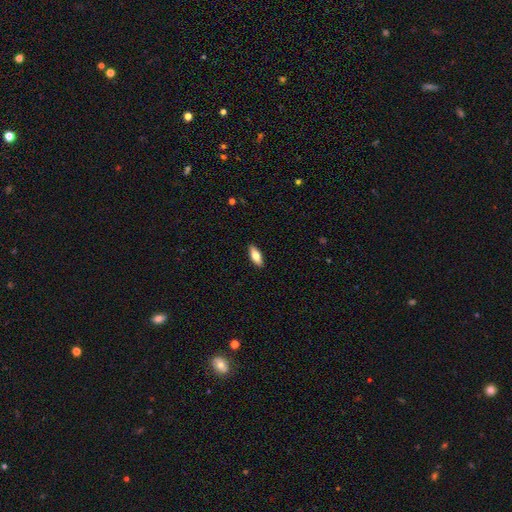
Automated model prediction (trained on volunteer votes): Smooth or featured: smooth — 73% (featured or disk — 21%)
How rounded: in between — 69% (cigar-shaped — 29%)
Merging: none — 90% (minor disturbance — 7%)